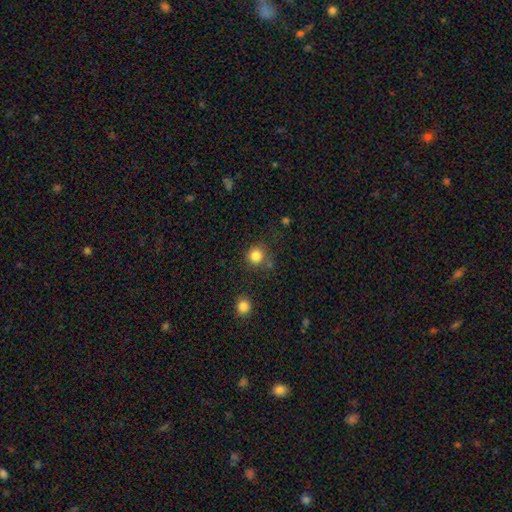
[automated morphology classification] type=smooth (84%); roundness=round (92%); merging=none (75%).